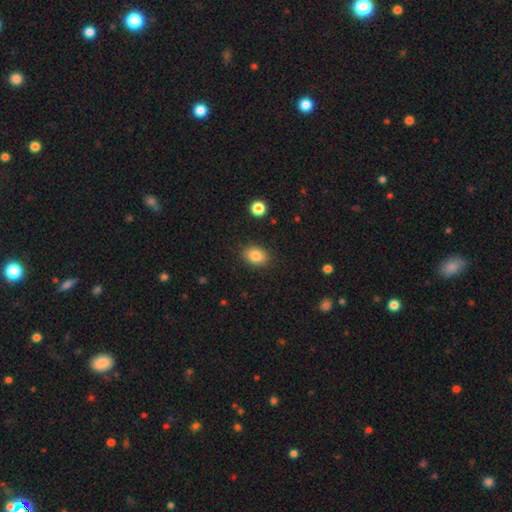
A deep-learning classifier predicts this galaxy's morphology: type=smooth (85%); roundness=in between (74%); merging=none (87%).